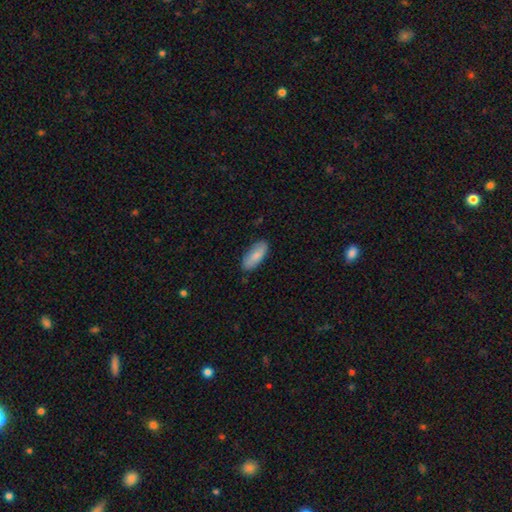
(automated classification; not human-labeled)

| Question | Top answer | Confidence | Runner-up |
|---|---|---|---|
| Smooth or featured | smooth | 82% | featured or disk (13%) |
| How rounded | in between | 82% | cigar-shaped (16%) |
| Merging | none | 84% | minor disturbance (13%) |